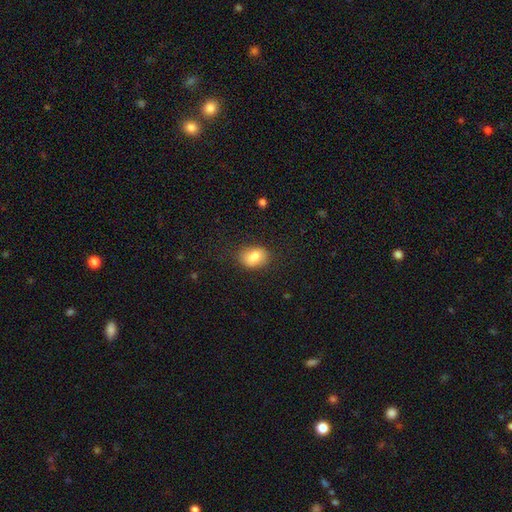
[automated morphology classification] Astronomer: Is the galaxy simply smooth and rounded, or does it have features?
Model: smooth — 81%.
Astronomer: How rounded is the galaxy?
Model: in between — 74%.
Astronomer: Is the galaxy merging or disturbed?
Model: none — 72%.